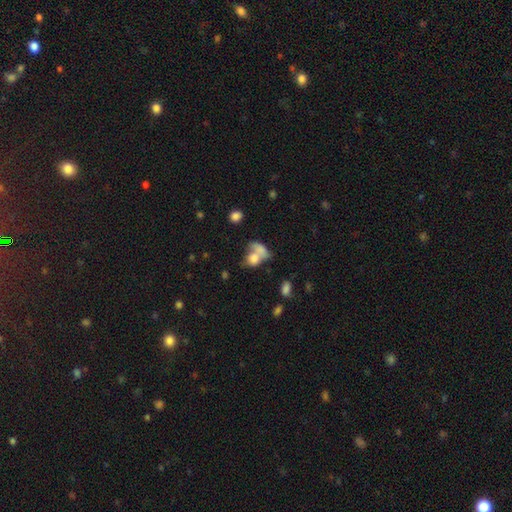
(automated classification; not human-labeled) smooth_or_featured: smooth (p=0.73) [alt: featured or disk p=0.17]
how_rounded: in between (p=0.59) [alt: round p=0.37]
merging: merger (p=0.59) [alt: none p=0.23]